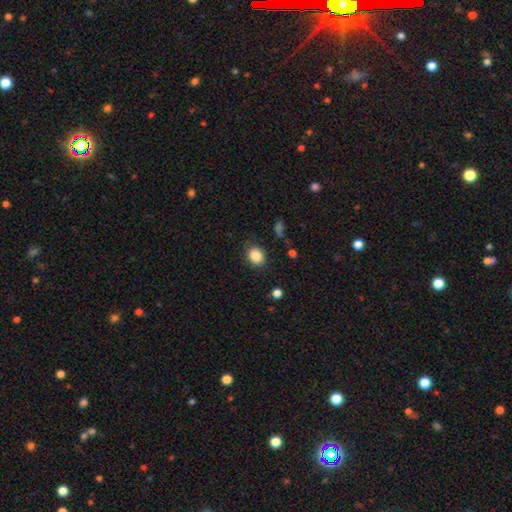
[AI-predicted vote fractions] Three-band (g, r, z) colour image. It shows a smooth galaxy with no disk features (87%) that is round (65%). Merging: none (84%).